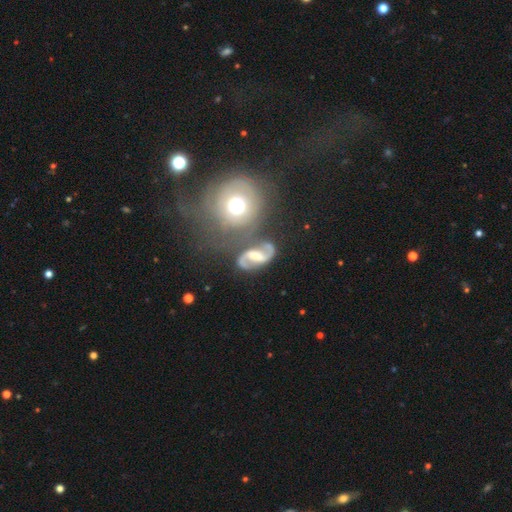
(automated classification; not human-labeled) smooth_or_featured: featured or disk (p=0.84) [alt: smooth p=0.10]
disk_edge_on: no (p=0.97) [alt: yes p=0.03]
bar: weak (p=0.47) [alt: strong p=0.29]
has_spiral_arms: yes (p=0.94) [alt: no p=0.06]
spiral_winding: loose (p=0.48) [alt: medium p=0.42]
spiral_arm_count: 2 (p=0.92) [alt: can't tell p=0.02]
bulge_size: moderate (p=0.39) [alt: large p=0.21]
merging: none (p=0.59) [alt: merger p=0.17]